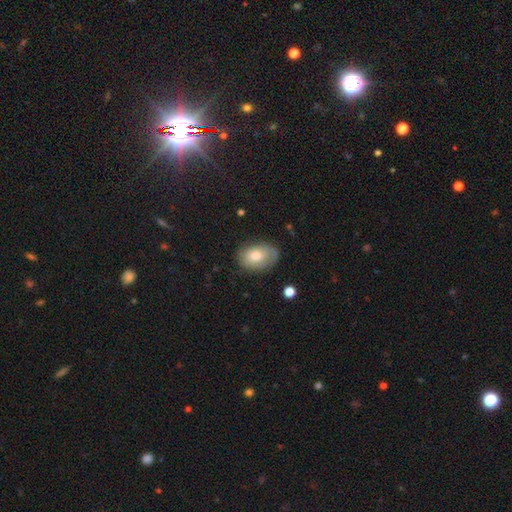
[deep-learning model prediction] Smooth or featured: smooth — 56% (featured or disk — 35%)
How rounded: in between — 77% (round — 22%)
Merging: none — 70% (minor disturbance — 22%)